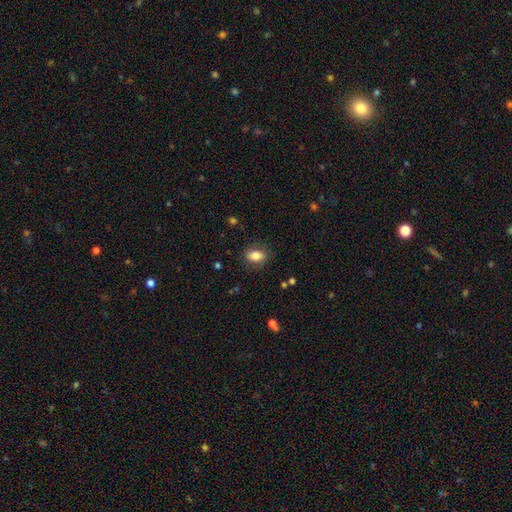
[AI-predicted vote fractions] A smooth galaxy with no disk features (81%) that is in between round and cigar-shaped (80%). Merging: none (81%).